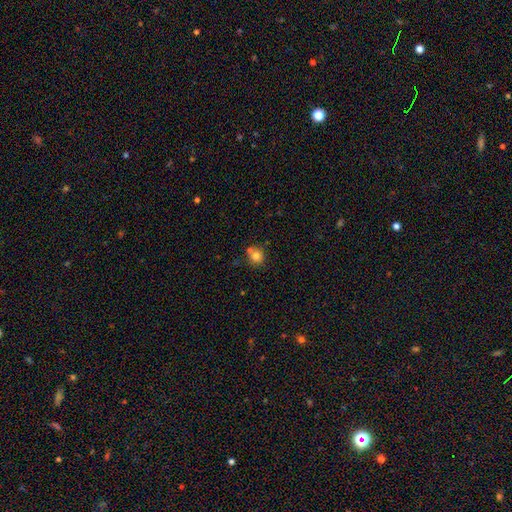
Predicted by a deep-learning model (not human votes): This appears to be a smooth galaxy with no disk features (78%) that is round (90%). Merging: none (65%).